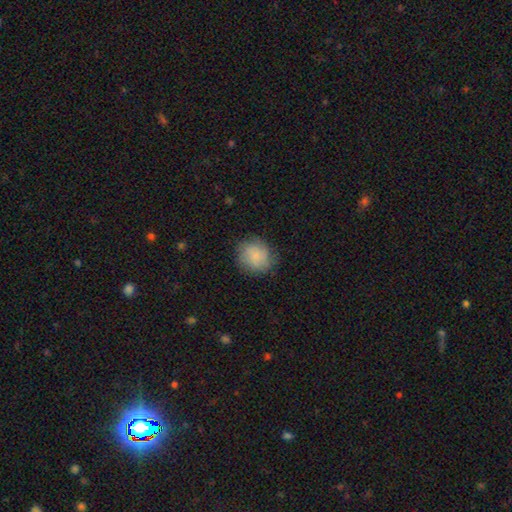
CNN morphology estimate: The model was most divided on "how rounded": round: 78%, in between: 21%, cigar-shaped: 1%. More confident: merging — none (79%); smooth or featured — smooth (77%).